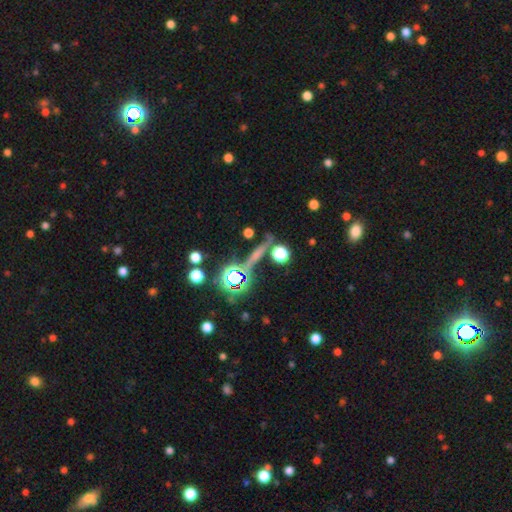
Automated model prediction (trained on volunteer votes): Smooth or featured? Predicted: star or artifact (p=0.54).